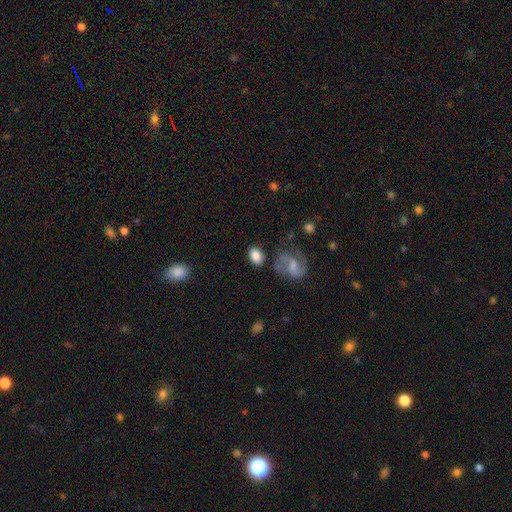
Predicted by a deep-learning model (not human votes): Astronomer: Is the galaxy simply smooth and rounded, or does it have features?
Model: smooth — 78%.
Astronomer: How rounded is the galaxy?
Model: in between — 79%.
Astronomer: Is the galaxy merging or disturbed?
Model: none — 72%.